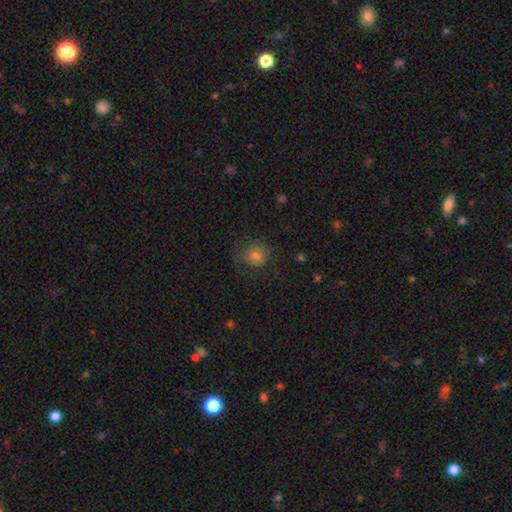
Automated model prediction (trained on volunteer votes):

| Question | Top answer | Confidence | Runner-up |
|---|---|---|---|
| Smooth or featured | smooth | 69% | featured or disk (18%) |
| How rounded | round | 82% | in between (17%) |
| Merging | none | 65% | minor disturbance (19%) |